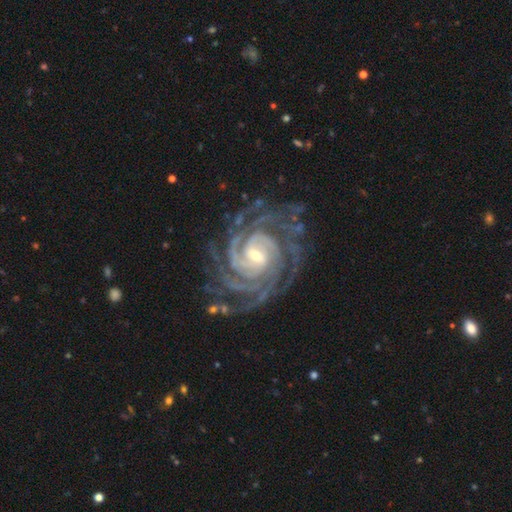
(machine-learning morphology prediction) Smooth or featured?
  - featured or disk: 93% *
  - star or artifact: 5%
  - smooth: 3%
Edge-on disk?
  - no: 98% *
  - yes: 2%
Bar?
  - weak: 42% *
  - no: 30%
  - strong: 28%
Spiral arms?
  - yes: 99% *
  - no: 1%
Spiral winding?
  - tight: 81% *
  - medium: 17%
  - loose: 2%
Spiral arm count?
  - 4: 29% *
  - 3: 20%
  - more than 4: 17%
  - can't tell: 13%
  - 2: 13%
  - 1: 8%
Bulge size?
  - small: 54% *
  - moderate: 42%
  - large: 3%
  - none: 1%
  - dominant: 1%
Merging?
  - none: 77% *
  - minor disturbance: 15%
  - major disturbance: 6%
  - merger: 1%